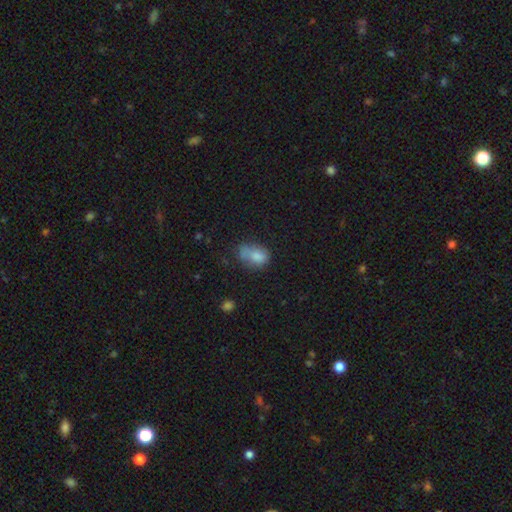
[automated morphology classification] Smooth or featured? Predicted: smooth (p=0.76). How rounded? Predicted: in between (p=0.77). Merging? Predicted: none (p=0.35).